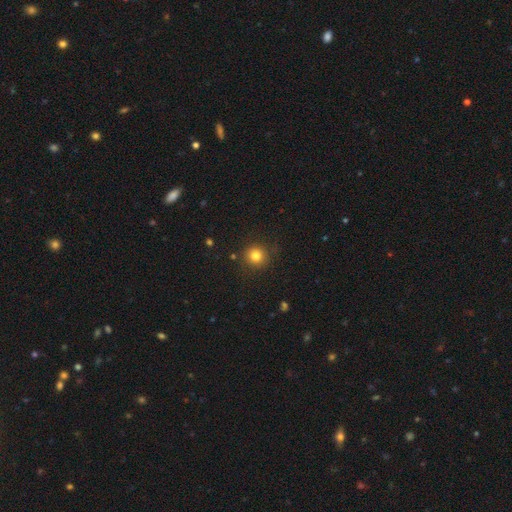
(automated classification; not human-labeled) Q: Smooth or featured?
A: smooth (81%); runner-up: star or artifact (13%)
Q: How rounded?
A: round (93%); runner-up: in between (6%)
Q: Merging?
A: none (88%); runner-up: minor disturbance (8%)